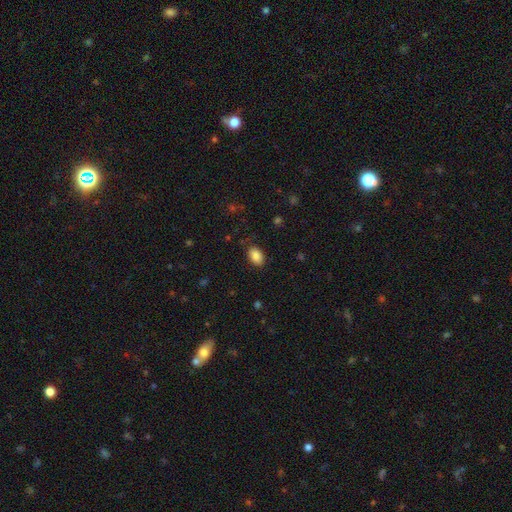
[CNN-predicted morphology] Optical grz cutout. It shows a smooth galaxy with no disk features (86%) that is in between round and cigar-shaped (86%). Merging: none (83%).